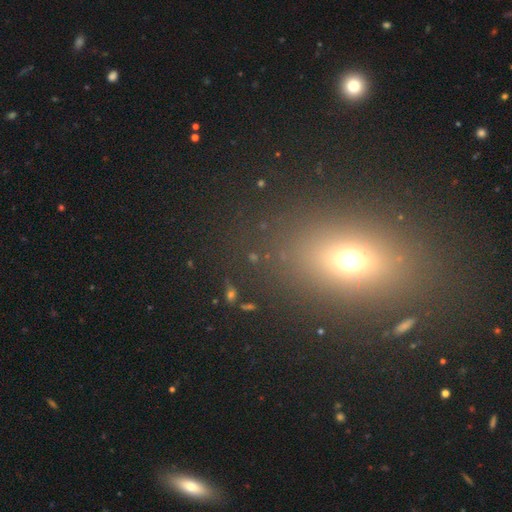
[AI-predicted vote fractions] A smooth galaxy with no disk features (55%) that is in between round and cigar-shaped (63%). Merging: none (86%).